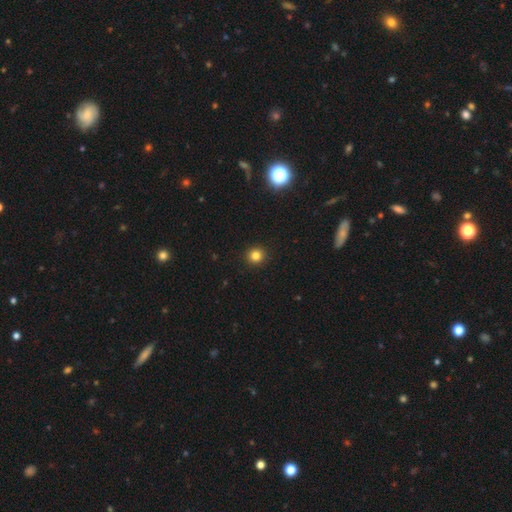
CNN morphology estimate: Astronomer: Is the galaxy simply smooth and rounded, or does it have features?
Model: smooth — 82%.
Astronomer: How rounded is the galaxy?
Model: round — 93%.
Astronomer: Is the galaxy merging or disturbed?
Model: none — 93%.